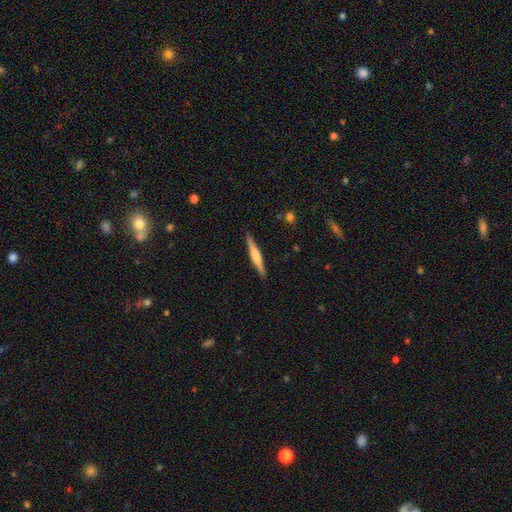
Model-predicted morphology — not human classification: Smooth or featured? Predicted: featured or disk (p=0.58). Edge-on disk? Predicted: yes (p=0.98). Edge-on bulge? Predicted: rounded (p=0.63). Merging? Predicted: none (p=0.91).